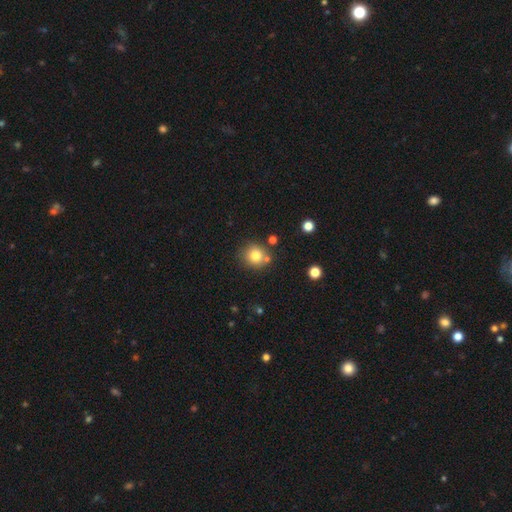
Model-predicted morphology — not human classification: The model was most divided on "merging": none: 75%, merger: 11%, minor disturbance: 11%, major disturbance: 3%. More confident: how rounded — round (88%); smooth or featured — smooth (80%).